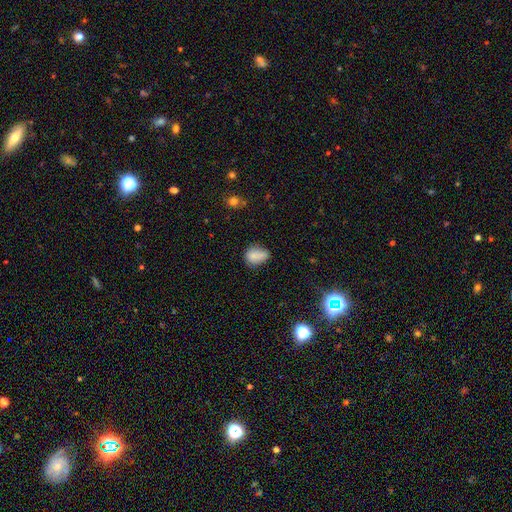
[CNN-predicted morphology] Q: Smooth or featured?
A: smooth (80%); runner-up: star or artifact (11%)
Q: How rounded?
A: in between (66%); runner-up: round (33%)
Q: Merging?
A: none (49%); runner-up: minor disturbance (34%)